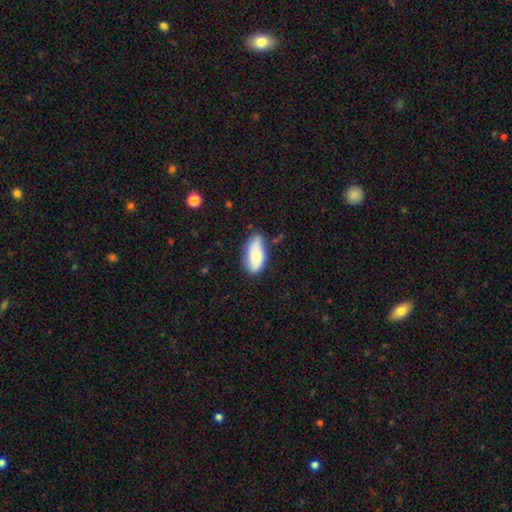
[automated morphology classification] The model was most divided on "merging": none: 67%, minor disturbance: 24%, major disturbance: 5%, merger: 3%. More confident: how rounded — in between (89%); smooth or featured — smooth (79%).